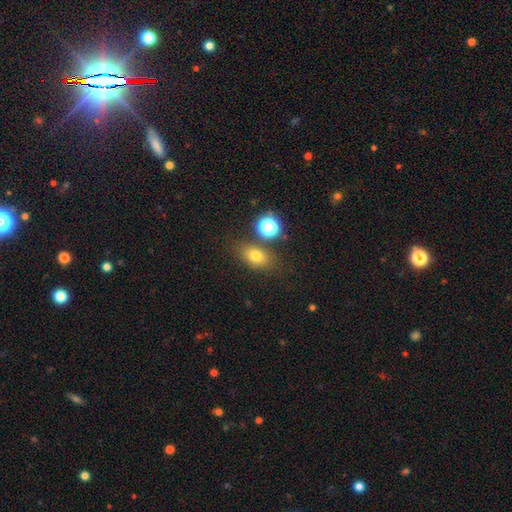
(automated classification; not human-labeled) Smooth or featured: smooth — 73% (star or artifact — 16%)
How rounded: in between — 71% (round — 26%)
Merging: none — 75% (minor disturbance — 12%)